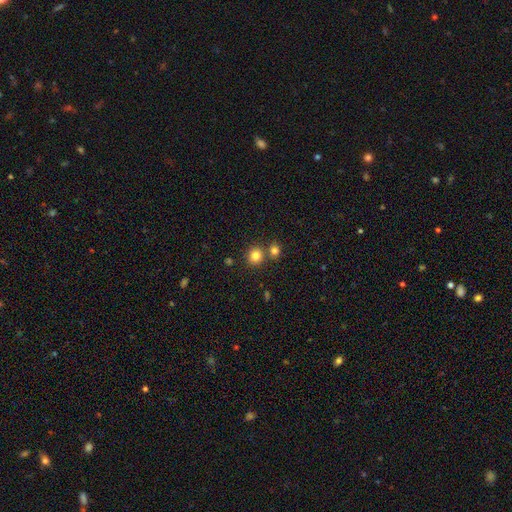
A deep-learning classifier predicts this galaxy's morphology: Smooth or featured: smooth — 82% (star or artifact — 12%)
How rounded: round — 89% (in between — 10%)
Merging: none — 71% (merger — 19%)